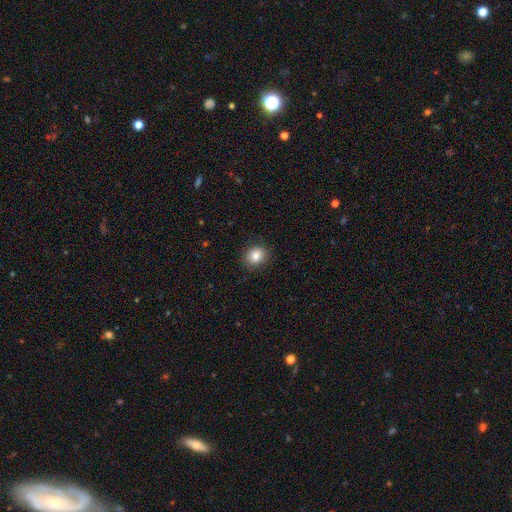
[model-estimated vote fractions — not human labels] Smooth or featured? smooth (84%)
How rounded? round (60%)
Merging? none (88%)